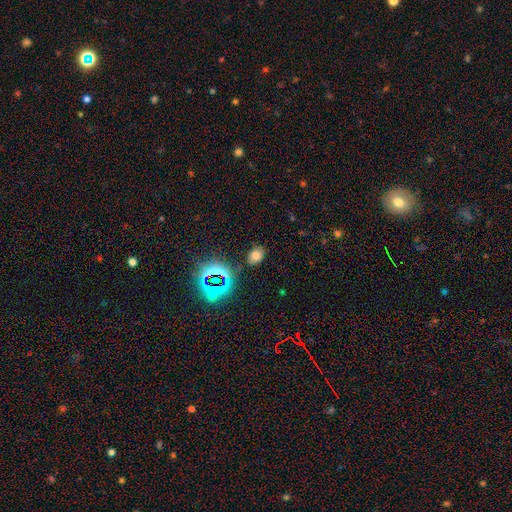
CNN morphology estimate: This appears to be a smooth galaxy with no disk features (65%) that is in between round and cigar-shaped (73%). Merging: none (83%).